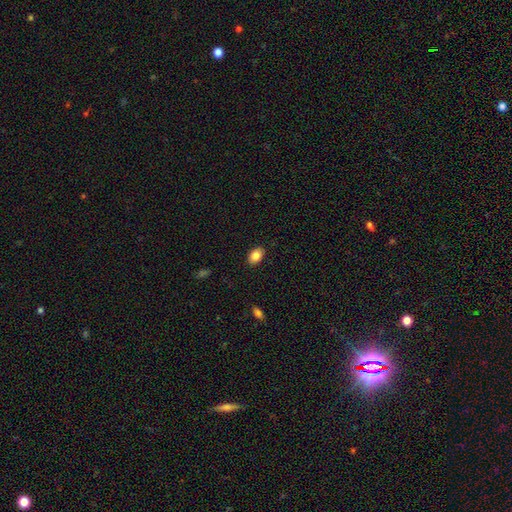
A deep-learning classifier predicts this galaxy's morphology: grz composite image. It shows a smooth galaxy with no disk features (85%) that is in between round and cigar-shaped (86%). Merging: none (88%).